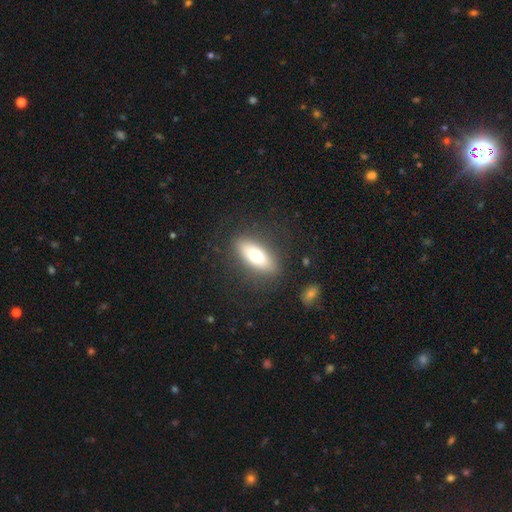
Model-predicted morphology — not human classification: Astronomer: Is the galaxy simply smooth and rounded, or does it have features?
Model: smooth — 70%.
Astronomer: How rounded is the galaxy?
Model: in between — 75%.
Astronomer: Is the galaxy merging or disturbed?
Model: none — 83%.